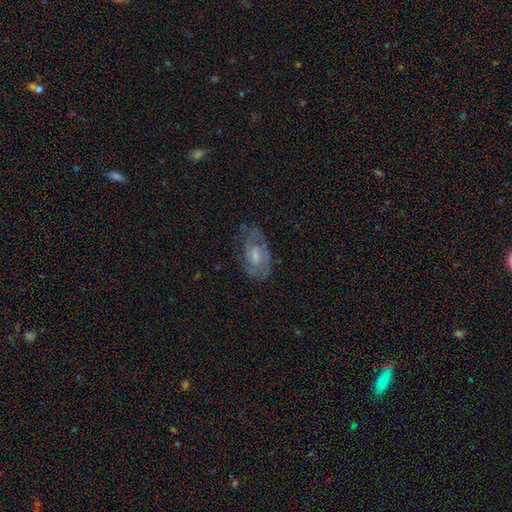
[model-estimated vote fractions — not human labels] Smooth or featured? Predicted: featured or disk (p=0.69). Edge-on disk? Predicted: no (p=0.96). Bar? Predicted: no (p=0.54). Spiral arms? Predicted: yes (p=0.84). Spiral winding? Predicted: tight (p=0.45). Spiral arm count? Predicted: 2 (p=0.56). Bulge size? Predicted: small (p=0.50). Merging? Predicted: none (p=0.63).